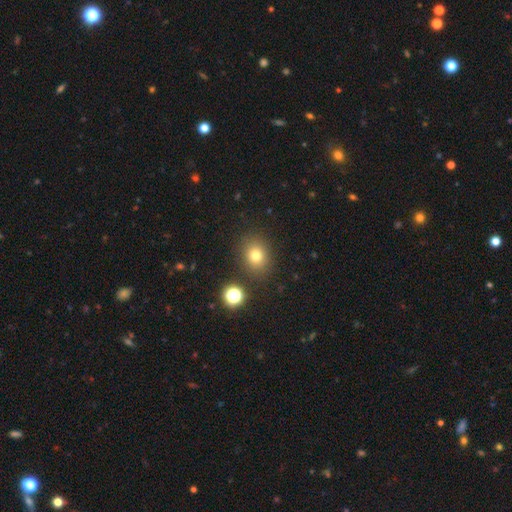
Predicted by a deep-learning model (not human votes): Smooth or featured?
  - smooth: 76% *
  - star or artifact: 16%
  - featured or disk: 9%
How rounded?
  - round: 65% *
  - in between: 34%
  - cigar-shaped: 1%
Merging?
  - none: 84% *
  - minor disturbance: 9%
  - major disturbance: 3%
  - merger: 3%